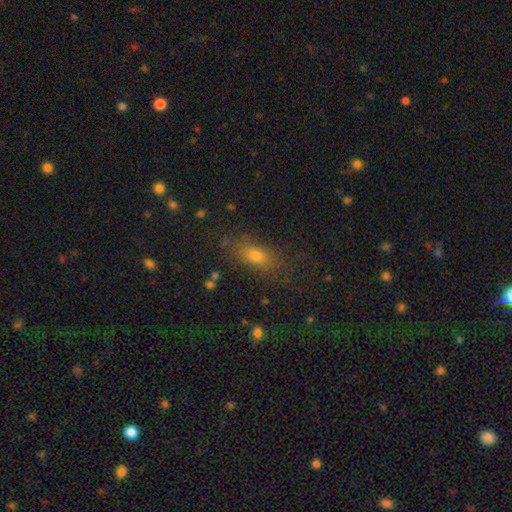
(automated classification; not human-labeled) Smooth or featured?
  - smooth: 71% *
  - star or artifact: 16%
  - featured or disk: 13%
How rounded?
  - in between: 72% *
  - cigar-shaped: 14%
  - round: 14%
Merging?
  - none: 77% *
  - minor disturbance: 15%
  - major disturbance: 6%
  - merger: 2%